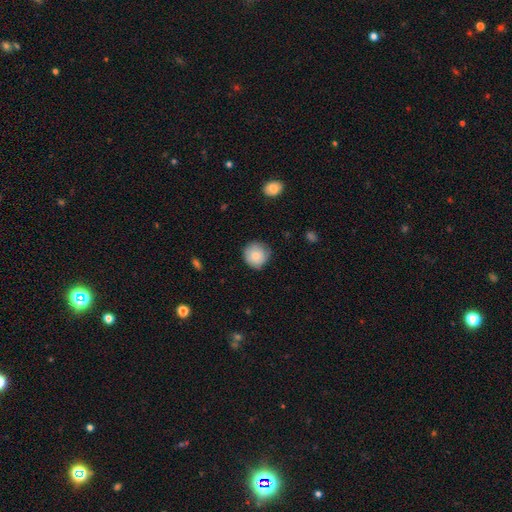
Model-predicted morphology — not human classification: Smooth or featured: smooth — 80% (featured or disk — 13%)
How rounded: round — 93% (in between — 6%)
Merging: none — 77% (minor disturbance — 19%)